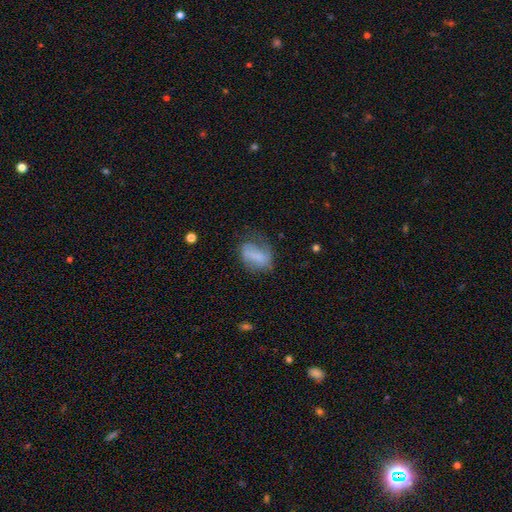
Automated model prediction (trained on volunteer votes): Overall: smooth (62%; featured or disk 30%). How rounded: in between (79%). Merging: none (42%; minor disturbance 30%).